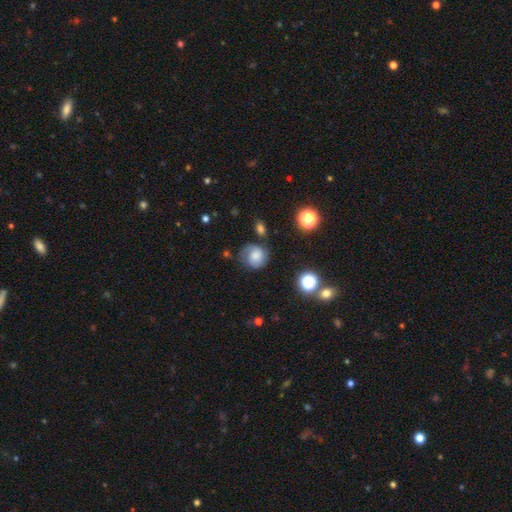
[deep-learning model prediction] Smooth or featured? smooth (55%)
How rounded? round (81%)
Merging? none (60%)